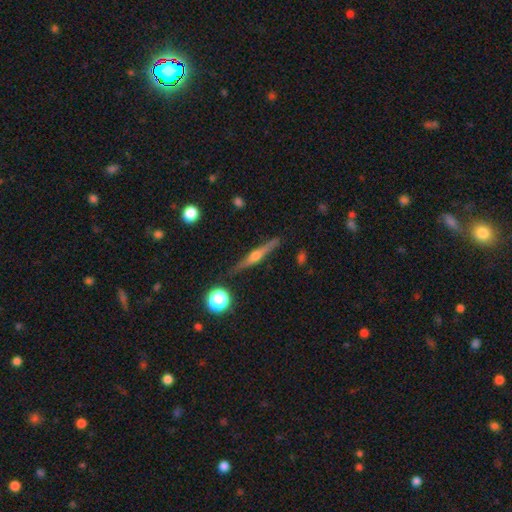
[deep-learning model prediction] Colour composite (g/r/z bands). It shows a featured or disk galaxy (74%) viewed edge-on (98%) with a rounded central bulge (91%). Merging: none (88%).